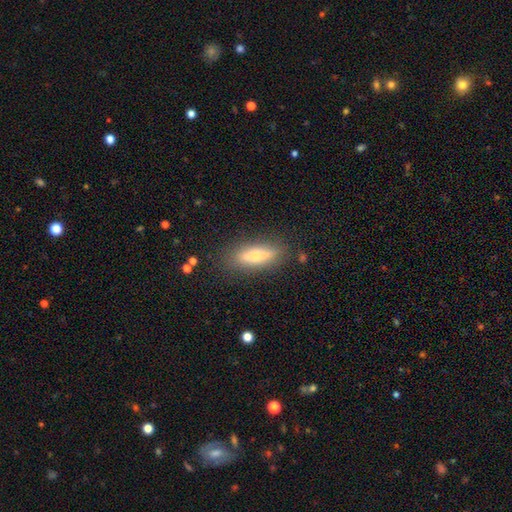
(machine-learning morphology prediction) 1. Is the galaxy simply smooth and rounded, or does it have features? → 63% smooth, 29% featured or disk, 8% star or artifact.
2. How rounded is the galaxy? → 52% cigar-shaped, 46% in between, 3% round.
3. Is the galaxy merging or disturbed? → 81% none, 13% minor disturbance, 4% major disturbance, 2% merger.